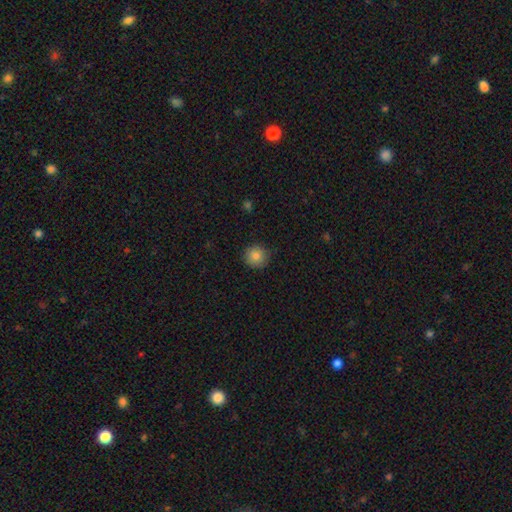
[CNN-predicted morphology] smooth-or-featured: smooth: 84% | star or artifact: 10% | featured or disk: 7%
  how-rounded: round: 94% | in between: 6% | cigar-shaped: 1%
  merging: none: 87% | minor disturbance: 10% | major disturbance: 2% | merger: 1%